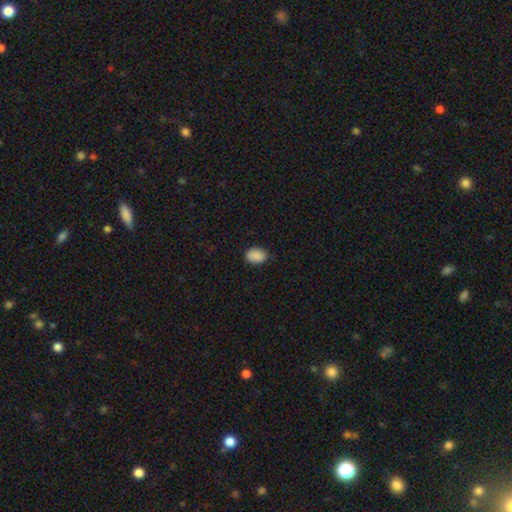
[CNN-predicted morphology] A smooth galaxy with no disk features (89%) that is in between round and cigar-shaped (81%).

Vote fractions:
- Smooth or featured? smooth: 89% / star or artifact: 8% / featured or disk: 3%
- How rounded? in between: 81% / round: 18% / cigar-shaped: 1%
- Merging? none: 82% / minor disturbance: 14% / major disturbance: 3% / merger: 1%